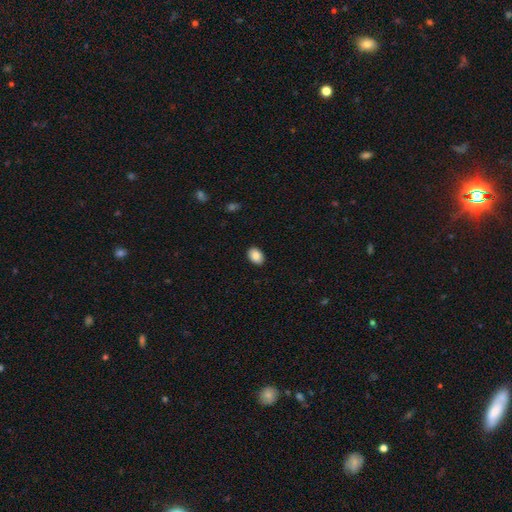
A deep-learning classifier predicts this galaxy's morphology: Smooth or featured: smooth — 88% (star or artifact — 7%)
How rounded: in between — 82% (round — 17%)
Merging: none — 90% (minor disturbance — 7%)